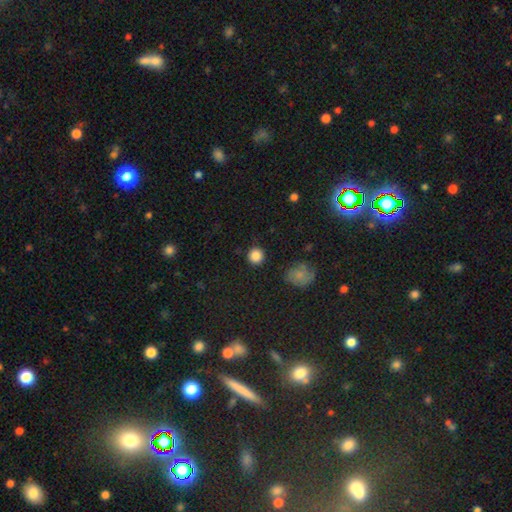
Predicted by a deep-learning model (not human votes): Q: Smooth or featured?
A: smooth (86%); runner-up: star or artifact (10%)
Q: How rounded?
A: round (94%); runner-up: in between (5%)
Q: Merging?
A: none (89%); runner-up: minor disturbance (7%)